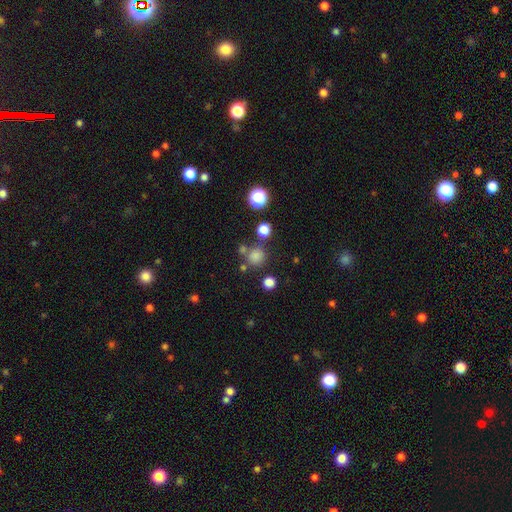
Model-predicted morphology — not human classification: This is likely a smooth galaxy (77%). How rounded: clearly round (90%). Merging: likely none (72%).